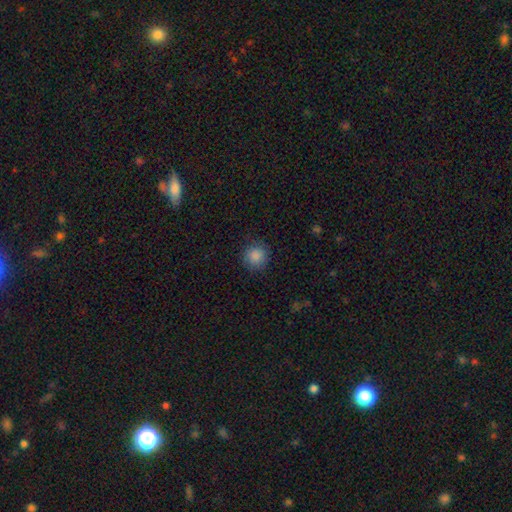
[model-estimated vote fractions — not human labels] A smooth galaxy with no disk features (87%) that is round (93%).

Vote fractions:
- Smooth or featured? smooth: 87% / star or artifact: 9% / featured or disk: 4%
- How rounded? round: 93% / in between: 6% / cigar-shaped: 1%
- Merging? none: 87% / minor disturbance: 9% / major disturbance: 3% / merger: 1%